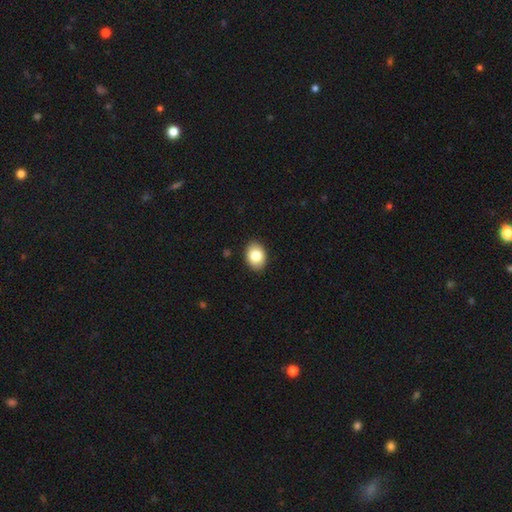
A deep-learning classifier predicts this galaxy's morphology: Smooth or featured? Predicted: smooth (p=0.83). How rounded? Predicted: in between (p=0.77). Merging? Predicted: none (p=0.89).